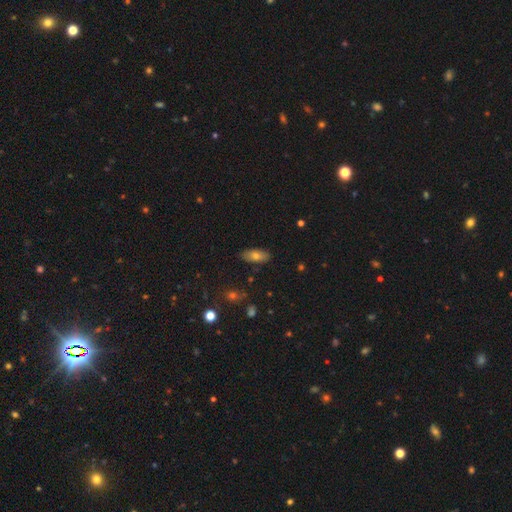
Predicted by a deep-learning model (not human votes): Smooth or featured? Predicted: smooth (p=0.70). How rounded? Predicted: in between (p=0.84). Merging? Predicted: none (p=0.85).